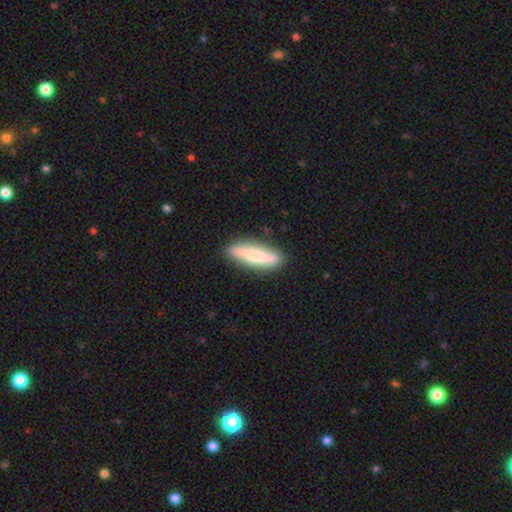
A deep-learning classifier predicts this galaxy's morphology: This is possibly a smooth galaxy (54%). How rounded: likely cigar-shaped (77%). Merging: clearly none (85%).